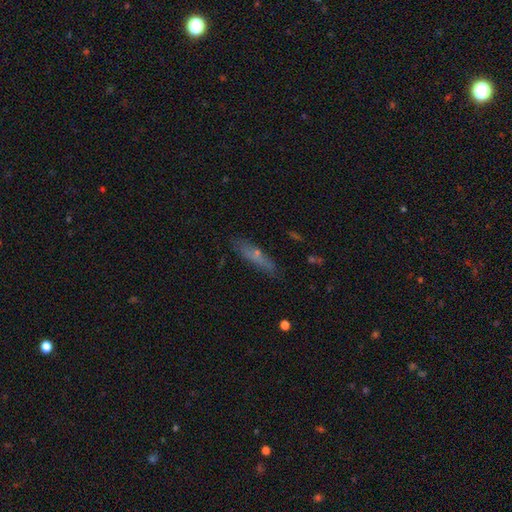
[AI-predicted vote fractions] A smooth galaxy with no disk features (57%) that is cigar-shaped (76%). Merging: none (76%).